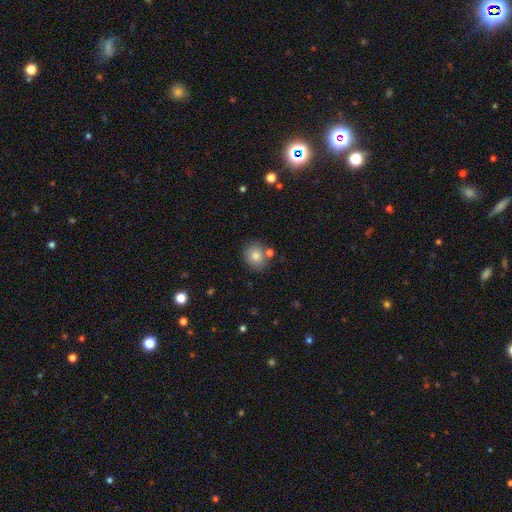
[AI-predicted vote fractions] Overall: smooth (82%). How rounded: round (75%). Merging: none (74%).